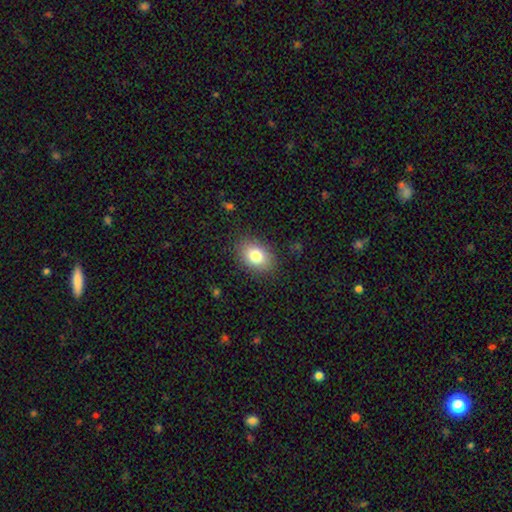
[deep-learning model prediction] This appears to be a smooth galaxy with no disk features (81%) that is in between round and cigar-shaped (77%). Merging: none (86%).